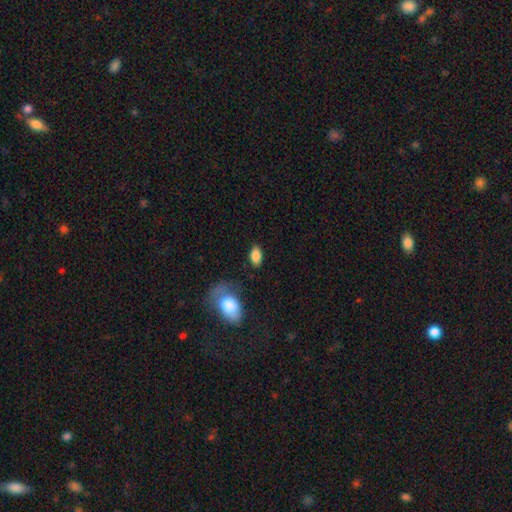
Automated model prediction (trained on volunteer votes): This is clearly a smooth galaxy (86%). How rounded: clearly in between (91%). Merging: clearly none (80%).